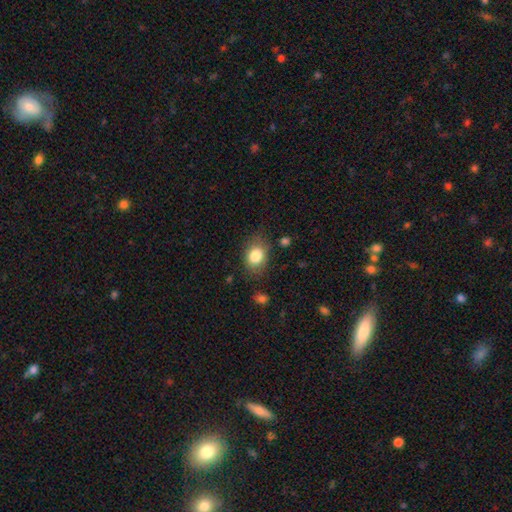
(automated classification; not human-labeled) A smooth galaxy with no disk features (83%) that is in between round and cigar-shaped (63%).

Vote fractions:
- Smooth or featured? smooth: 83% / star or artifact: 9% / featured or disk: 8%
- How rounded? in between: 63% / round: 36% / cigar-shaped: 1%
- Merging? none: 74% / minor disturbance: 18% / major disturbance: 5% / merger: 2%